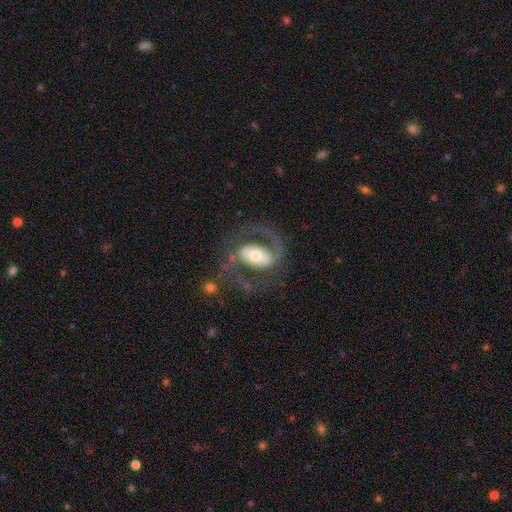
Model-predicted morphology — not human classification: The model was most divided on "bar": strong: 38%, weak: 34%, no: 28%. More confident: edge-on disk — no (96%); spiral arms — yes (87%); smooth or featured — featured or disk (82%); spiral arm count — 2 (82%); bulge size — moderate (64%); merging — none (62%); spiral winding — medium (53%).